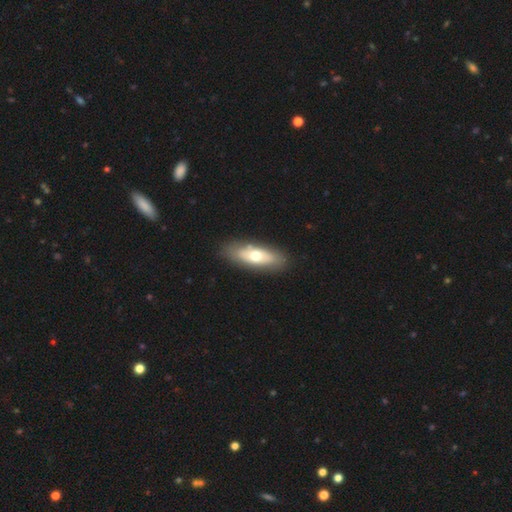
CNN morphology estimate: Q: Smooth or featured?
A: smooth (55%); runner-up: featured or disk (39%)
Q: How rounded?
A: in between (67%); runner-up: cigar-shaped (30%)
Q: Merging?
A: none (84%); runner-up: minor disturbance (11%)